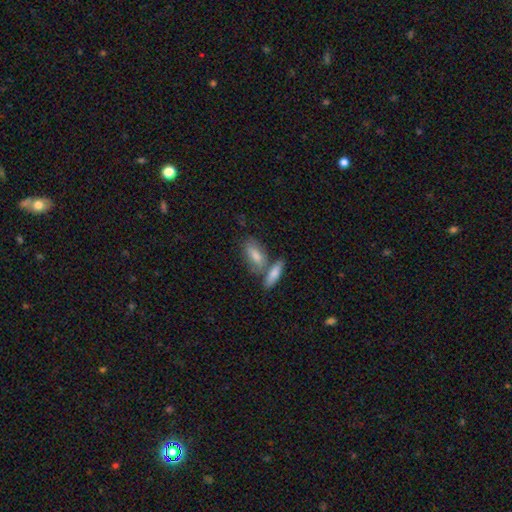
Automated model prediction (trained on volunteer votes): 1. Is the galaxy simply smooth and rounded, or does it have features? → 71% smooth, 21% featured or disk, 8% star or artifact.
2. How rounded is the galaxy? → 73% in between, 23% cigar-shaped, 4% round.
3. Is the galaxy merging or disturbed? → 51% none, 34% merger, 12% minor disturbance, 4% major disturbance.